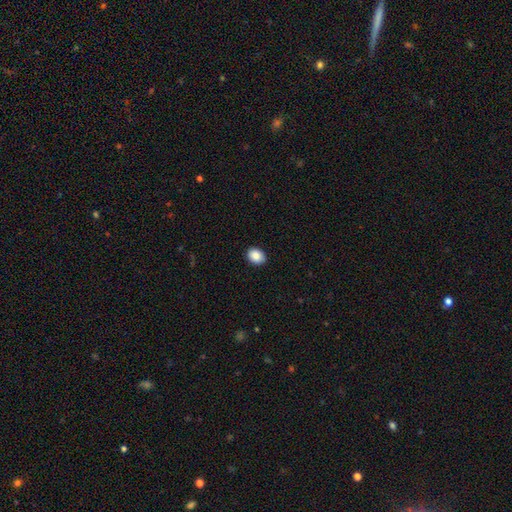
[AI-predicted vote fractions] smooth-or-featured: smooth: 89% | star or artifact: 8% | featured or disk: 3%
  how-rounded: in between: 62% | round: 37% | cigar-shaped: 1%
  merging: none: 88% | minor disturbance: 9% | major disturbance: 2% | merger: 1%